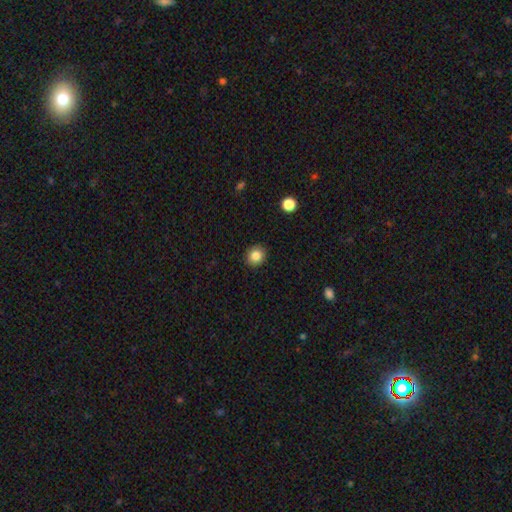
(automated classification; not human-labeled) The model was most divided on "how rounded": round: 83%, in between: 16%, cigar-shaped: 1%. More confident: merging — none (91%); smooth or featured — smooth (84%).